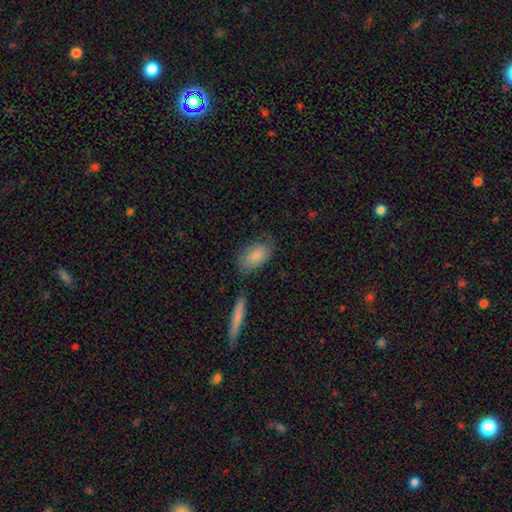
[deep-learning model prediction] This is likely a smooth galaxy (80%). How rounded: clearly in between (91%). Merging: likely none (63%).